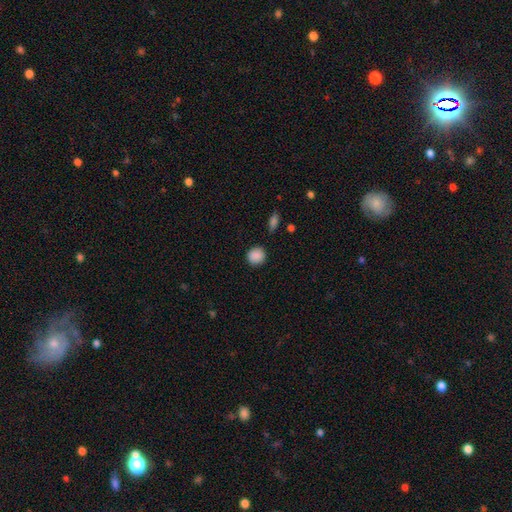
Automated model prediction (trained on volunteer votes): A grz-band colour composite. It shows a smooth galaxy with no disk features (88%) that is round (88%). Merging: none (86%).